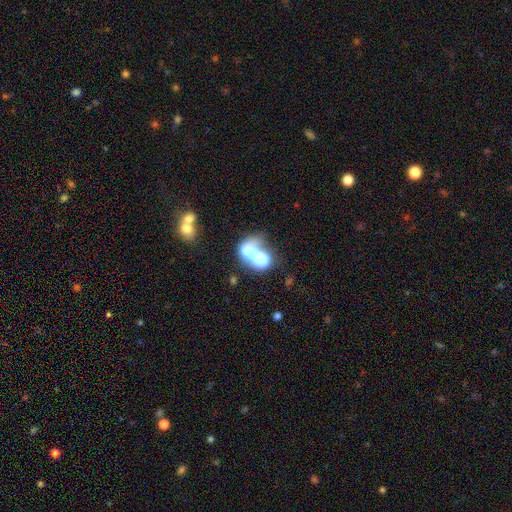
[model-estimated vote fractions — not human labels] Morphology: type=featured or disk (45%, tied with smooth); merging=merger (58%).